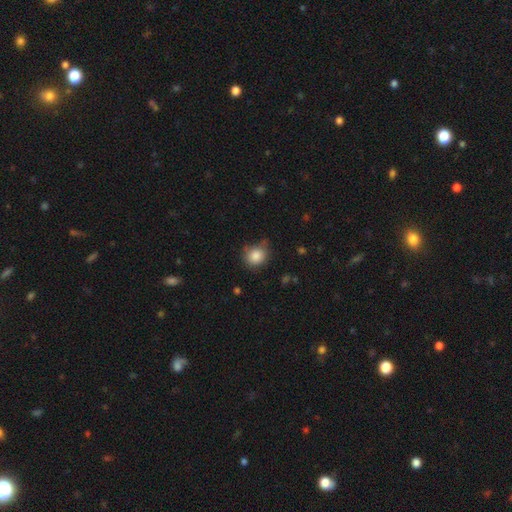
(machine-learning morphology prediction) Smooth or featured: smooth — 85% (star or artifact — 9%)
How rounded: round — 82% (in between — 17%)
Merging: none — 67% (minor disturbance — 24%)